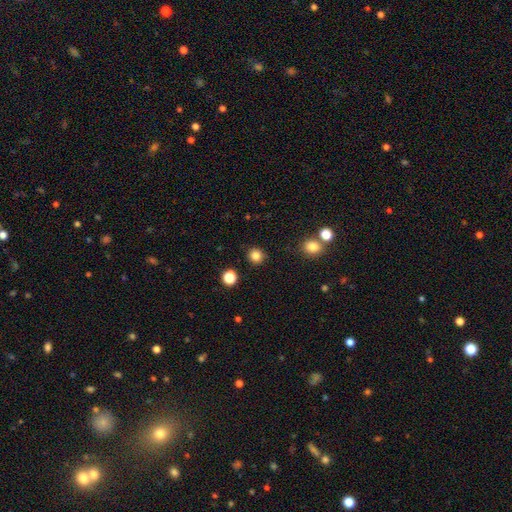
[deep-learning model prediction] Q: Smooth or featured?
A: smooth (83%); runner-up: star or artifact (12%)
Q: How rounded?
A: round (89%); runner-up: in between (10%)
Q: Merging?
A: none (90%); runner-up: minor disturbance (6%)